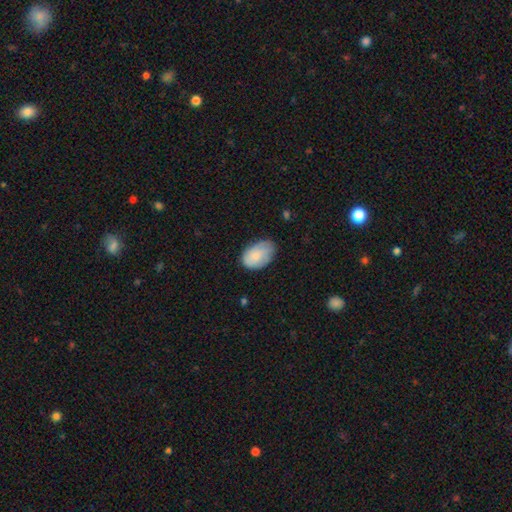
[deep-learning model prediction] This is likely a smooth galaxy (74%). How rounded: clearly in between (88%). Merging: likely none (66%).